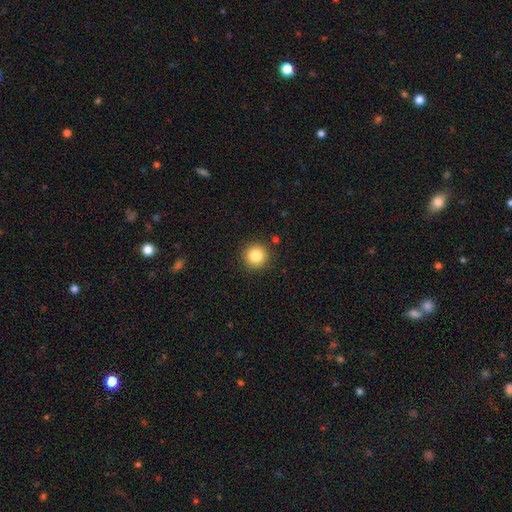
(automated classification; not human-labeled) Smooth or featured: smooth — 84% (star or artifact — 10%)
How rounded: round — 95% (in between — 4%)
Merging: none — 90% (minor disturbance — 7%)